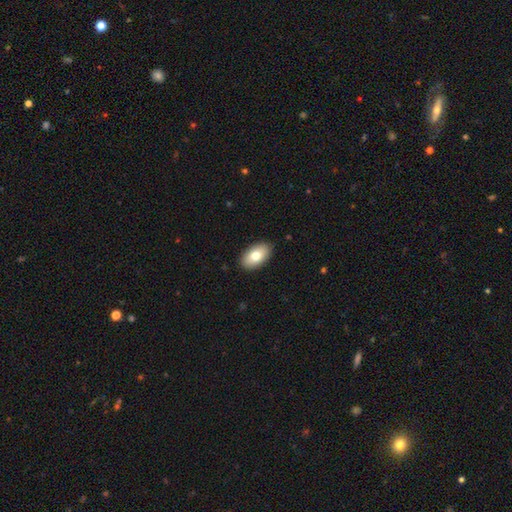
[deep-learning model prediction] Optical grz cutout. It shows a smooth galaxy with no disk features (78%) that is in between round and cigar-shaped (94%). Merging: none (89%).